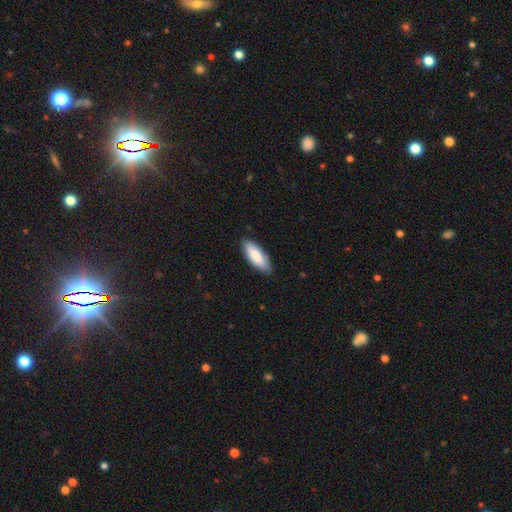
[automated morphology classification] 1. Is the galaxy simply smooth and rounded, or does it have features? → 84% smooth, 11% featured or disk, 5% star or artifact.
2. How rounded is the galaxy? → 69% in between, 29% cigar-shaped, 1% round.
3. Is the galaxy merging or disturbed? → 86% none, 11% minor disturbance, 2% major disturbance, 1% merger.